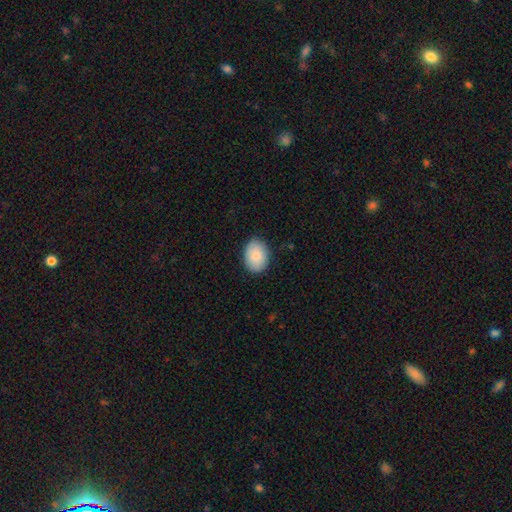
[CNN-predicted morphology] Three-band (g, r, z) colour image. It shows a smooth galaxy with no disk features (87%) that is in between round and cigar-shaped (74%). Merging: none (87%).